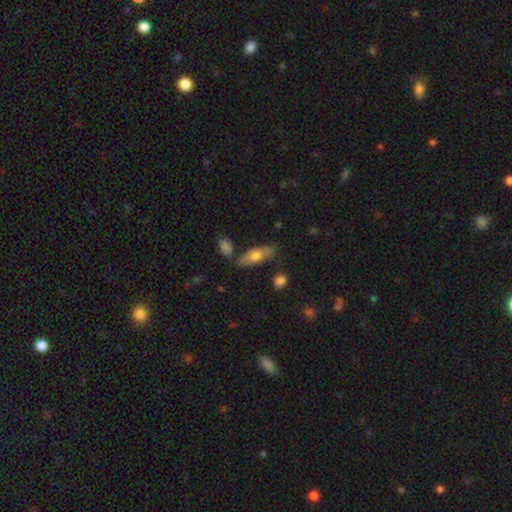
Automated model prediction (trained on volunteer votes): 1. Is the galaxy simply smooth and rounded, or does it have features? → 62% smooth, 32% featured or disk, 6% star or artifact.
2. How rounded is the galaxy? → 61% in between, 36% cigar-shaped, 3% round.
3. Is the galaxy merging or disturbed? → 78% none, 14% minor disturbance, 6% merger, 3% major disturbance.